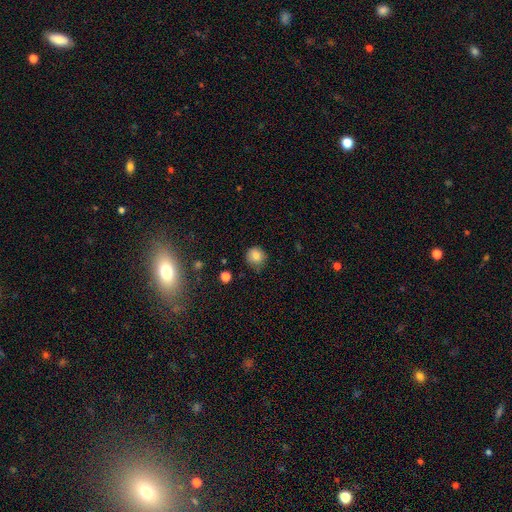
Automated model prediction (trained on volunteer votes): A smooth galaxy with no disk features (83%) that is round (89%).

Vote fractions:
- Smooth or featured? smooth: 83% / star or artifact: 11% / featured or disk: 7%
- How rounded? round: 89% / in between: 10% / cigar-shaped: 1%
- Merging? none: 73% / minor disturbance: 21% / major disturbance: 4% / merger: 2%